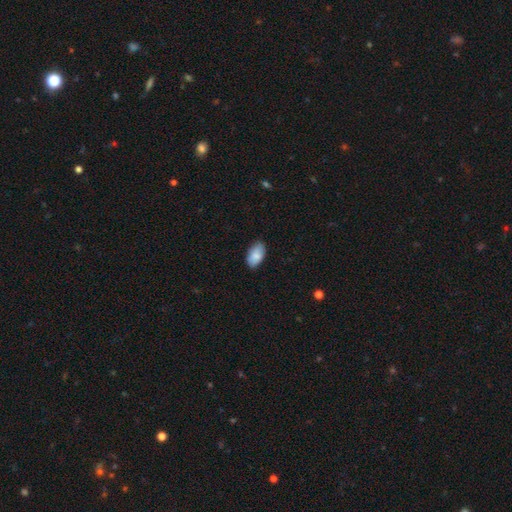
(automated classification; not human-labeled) This appears to be a smooth galaxy with no disk features (85%) that is in between round and cigar-shaped (94%). Merging: none (82%).